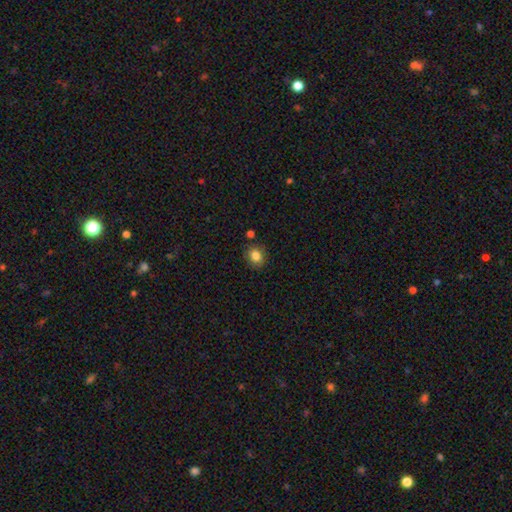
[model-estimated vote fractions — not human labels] Overall: smooth (83%). How rounded: round (65%; in between 34%). Merging: none (83%).